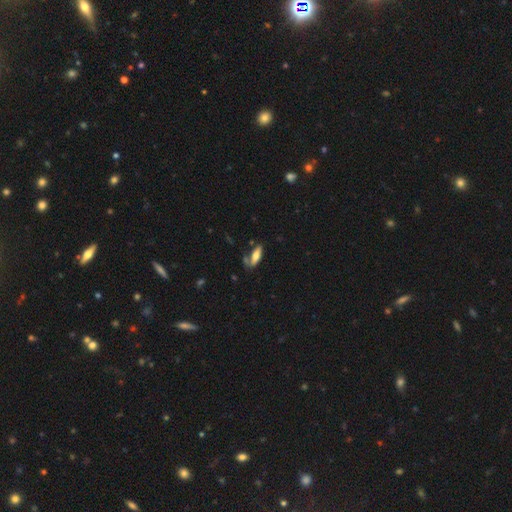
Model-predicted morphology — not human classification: This appears to be a smooth galaxy with no disk features (69%) that is in between round and cigar-shaped (62%). Merging: none (60%).